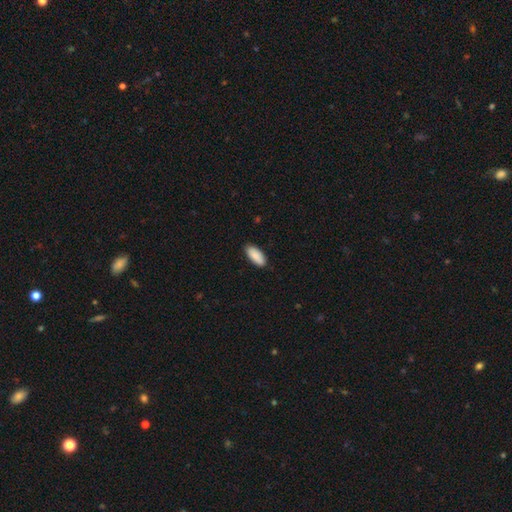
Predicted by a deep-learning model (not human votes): A smooth galaxy with no disk features (90%) that is in between round and cigar-shaped (87%).

Vote fractions:
- Smooth or featured? smooth: 90% / star or artifact: 6% / featured or disk: 4%
- How rounded? in between: 87% / cigar-shaped: 12% / round: 2%
- Merging? none: 88% / minor disturbance: 9% / major disturbance: 2% / merger: 1%